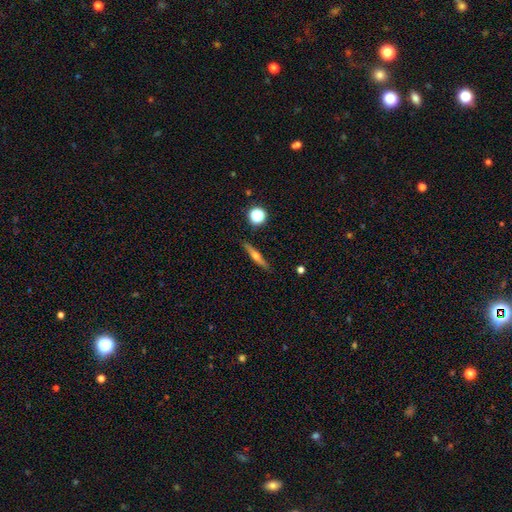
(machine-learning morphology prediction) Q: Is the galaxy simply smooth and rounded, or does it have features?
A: featured or disk — 60%.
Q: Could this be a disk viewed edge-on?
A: yes — 96%.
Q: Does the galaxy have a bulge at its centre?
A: rounded — 90%.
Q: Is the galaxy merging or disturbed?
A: none — 89%.